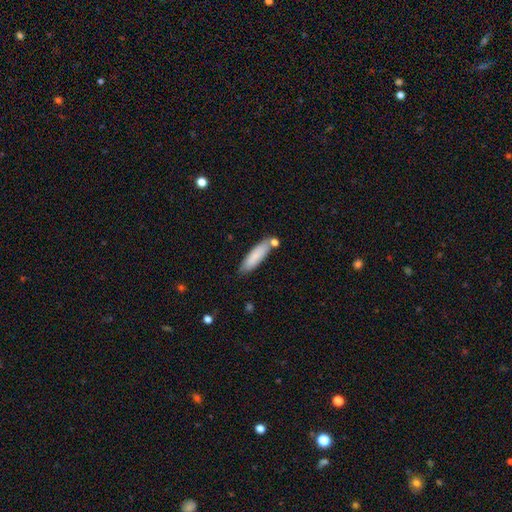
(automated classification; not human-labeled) smooth_or_featured: smooth (p=0.82) [alt: featured or disk p=0.12]
how_rounded: cigar-shaped (p=0.65) [alt: in between p=0.34]
merging: none (p=0.73) [alt: minor disturbance p=0.15]